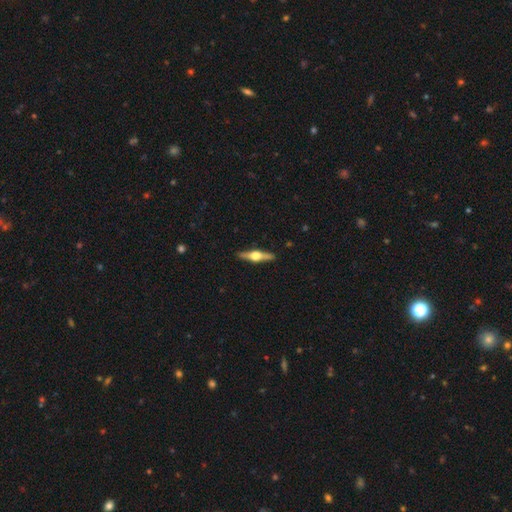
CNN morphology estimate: This is likely a featured or disk galaxy (76%). It is clearly viewed edge-on (98%). Edge-on bulge: clearly rounded (96%). Merging: clearly none (91%).